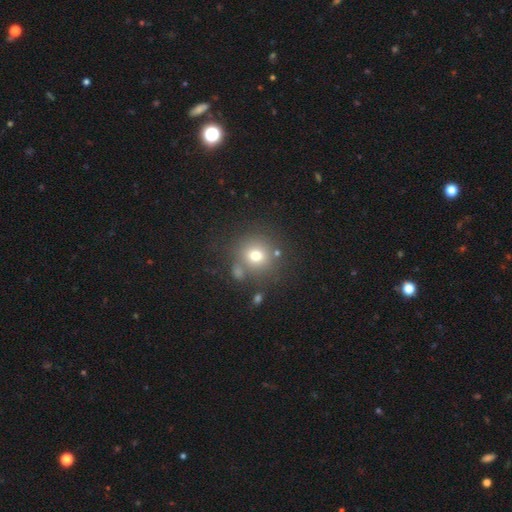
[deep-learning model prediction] Smooth or featured: smooth — 72% (star or artifact — 15%)
How rounded: round — 89% (in between — 10%)
Merging: none — 73% (minor disturbance — 11%)